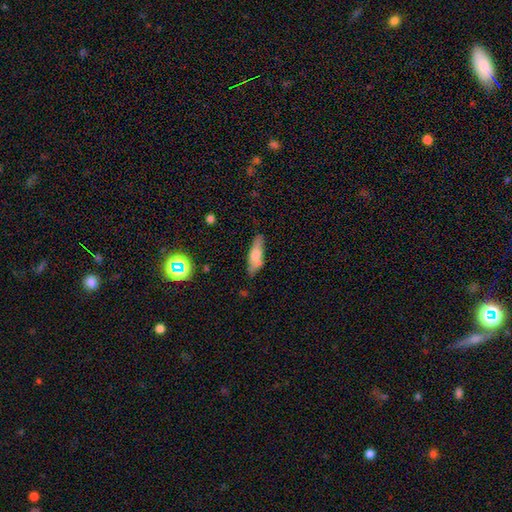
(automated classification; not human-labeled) Overall: smooth (65%; featured or disk 27%). How rounded: cigar-shaped (50%; in between 48%). Merging: none (71%).